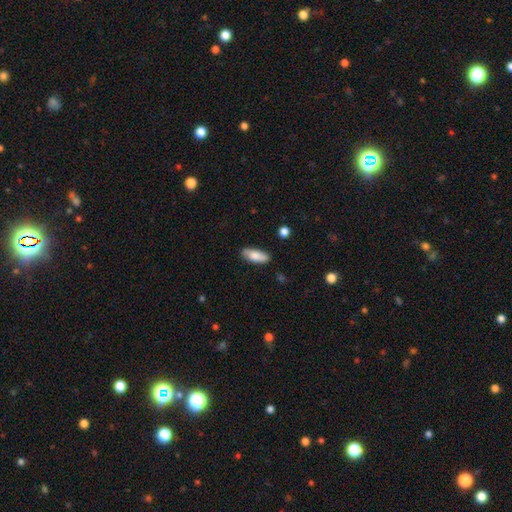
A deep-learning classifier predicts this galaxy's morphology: smooth_or_featured: smooth (p=0.80) [alt: featured or disk p=0.14]
how_rounded: in between (p=0.76) [alt: cigar-shaped p=0.21]
merging: none (p=0.84) [alt: minor disturbance p=0.12]